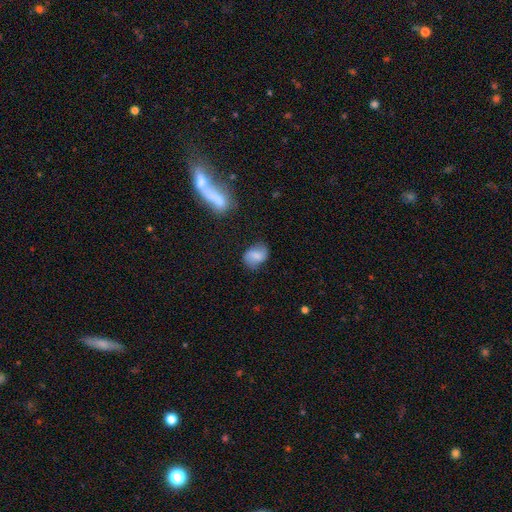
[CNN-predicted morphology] smooth-or-featured: smooth: 63% | featured or disk: 28% | star or artifact: 9%
  how-rounded: in between: 68% | round: 30% | cigar-shaped: 2%
  merging: none: 69% | minor disturbance: 22% | major disturbance: 6% | merger: 3%